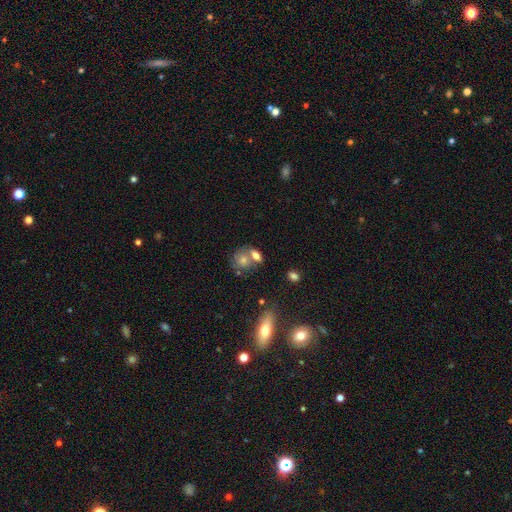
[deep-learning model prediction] Q: Smooth or featured?
A: smooth (70%); runner-up: featured or disk (18%)
Q: How rounded?
A: in between (63%); runner-up: round (31%)
Q: Merging?
A: none (42%); tied with: merger (42%)